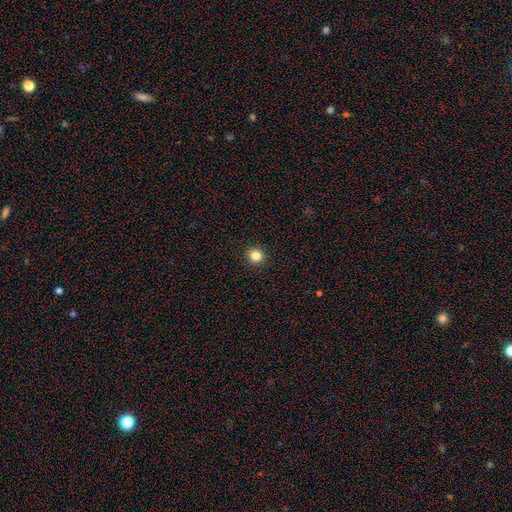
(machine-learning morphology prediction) Smooth or featured: smooth — 83% (star or artifact — 12%)
How rounded: round — 88% (in between — 11%)
Merging: none — 93% (minor disturbance — 5%)